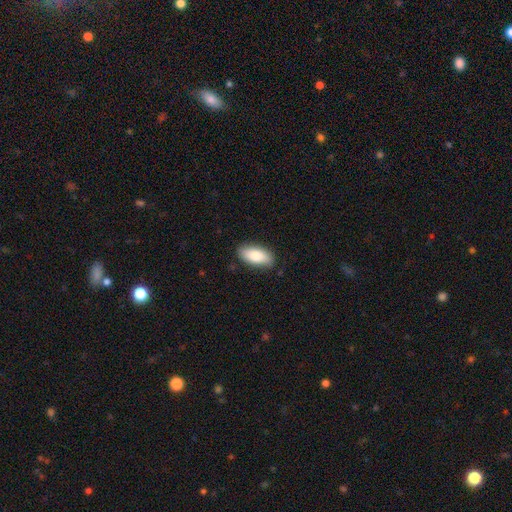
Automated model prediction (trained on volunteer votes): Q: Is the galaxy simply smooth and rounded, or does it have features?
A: smooth — 82%.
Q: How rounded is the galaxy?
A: in between — 89%.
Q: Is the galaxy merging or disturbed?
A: none — 84%.